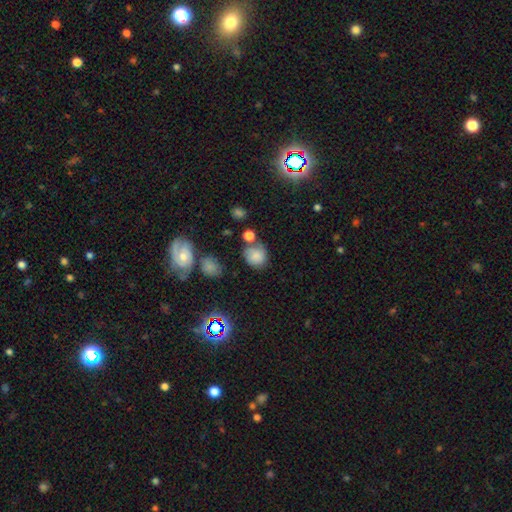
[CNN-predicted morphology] Smooth or featured?
  - smooth: 75% *
  - featured or disk: 13%
  - star or artifact: 12%
How rounded?
  - round: 71% *
  - in between: 28%
  - cigar-shaped: 1%
Merging?
  - none: 55% *
  - minor disturbance: 22%
  - merger: 14%
  - major disturbance: 9%